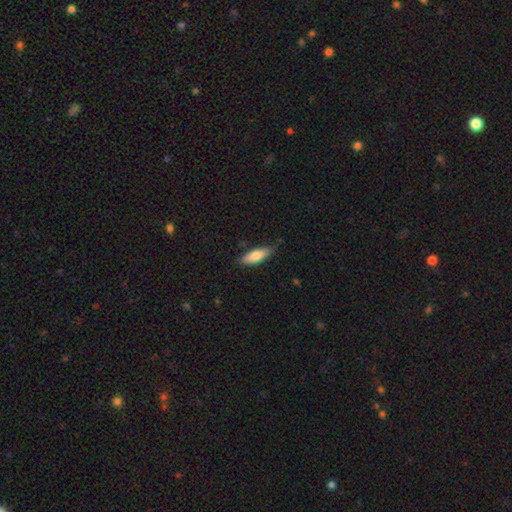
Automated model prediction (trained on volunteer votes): Smooth or featured?
  - smooth: 74% *
  - featured or disk: 20%
  - star or artifact: 6%
How rounded?
  - in between: 56% *
  - cigar-shaped: 42%
  - round: 2%
Merging?
  - none: 80% *
  - minor disturbance: 16%
  - major disturbance: 3%
  - merger: 1%